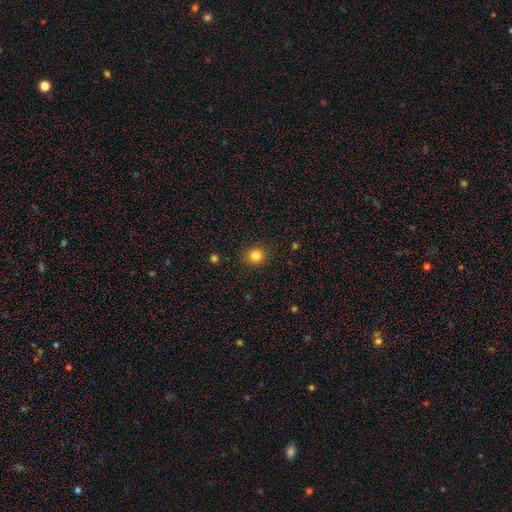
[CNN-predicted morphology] Smooth or featured: smooth — 84% (star or artifact — 12%)
How rounded: round — 88% (in between — 11%)
Merging: none — 90% (minor disturbance — 7%)